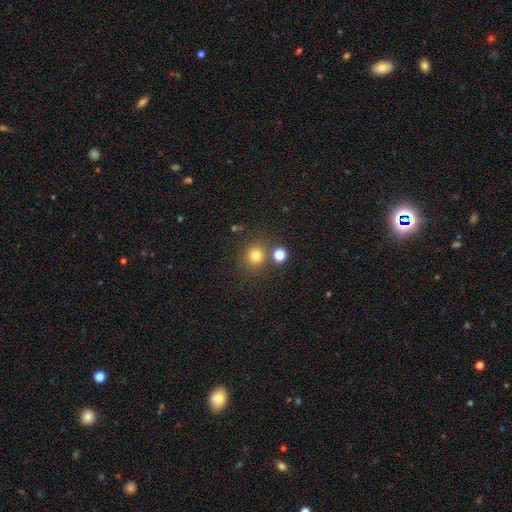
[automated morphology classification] The model was most divided on "smooth or featured": smooth: 78%, star or artifact: 16%, featured or disk: 7%. More confident: how rounded — round (89%); merging — none (77%).